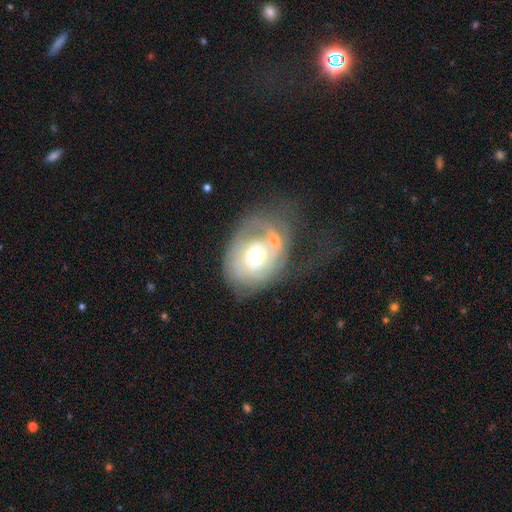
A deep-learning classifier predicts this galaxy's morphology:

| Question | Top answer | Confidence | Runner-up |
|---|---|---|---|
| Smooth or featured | featured or disk | 64% | smooth (28%) |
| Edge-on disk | no | 96% | yes (4%) |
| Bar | no | 69% | weak (26%) |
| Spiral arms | yes | 66% | no (34%) |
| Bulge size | moderate | 63% | small (17%) |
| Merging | major disturbance | 33% | none (31%) |